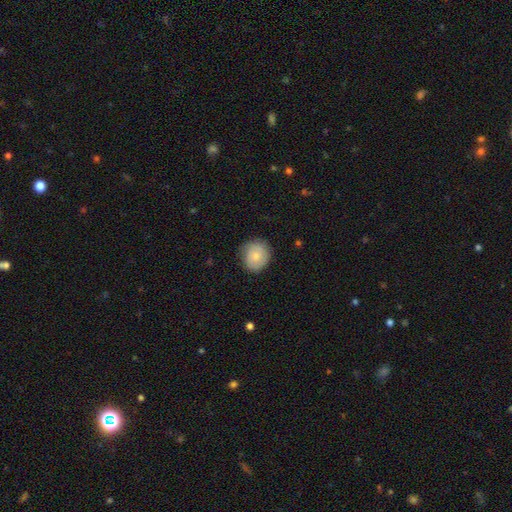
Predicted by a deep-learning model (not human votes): This appears to be a smooth galaxy with no disk features (77%) that is round (80%). Merging: none (75%).